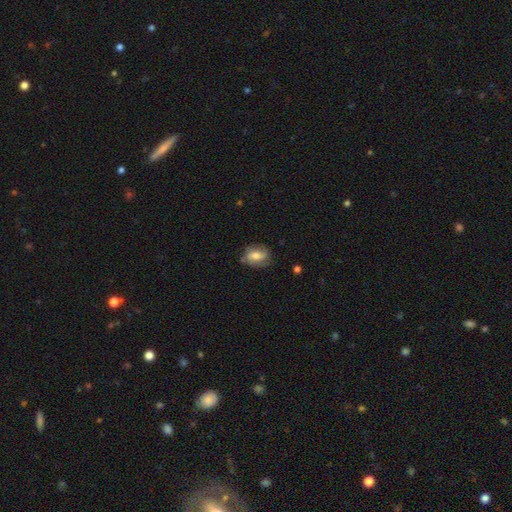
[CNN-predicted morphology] Smooth or featured?
  - smooth: 57% *
  - featured or disk: 35%
  - star or artifact: 8%
How rounded?
  - in between: 64% *
  - round: 33%
  - cigar-shaped: 2%
Merging?
  - none: 64% *
  - minor disturbance: 26%
  - major disturbance: 8%
  - merger: 3%